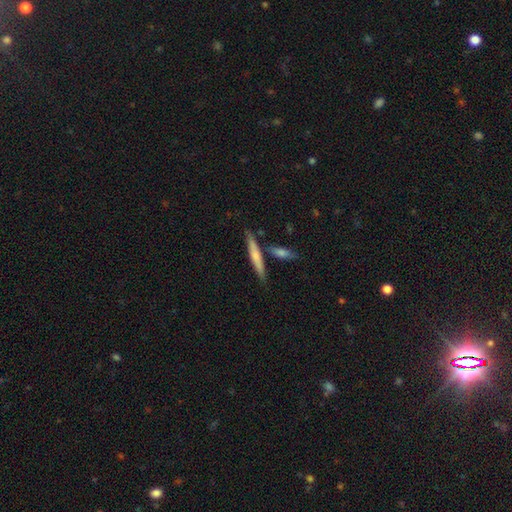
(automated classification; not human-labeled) Smooth or featured? smooth (56%)
How rounded? cigar-shaped (91%)
Merging? none (77%)